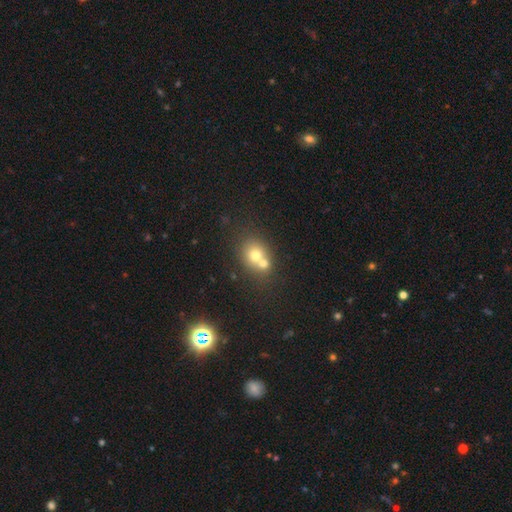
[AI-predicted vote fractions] smooth-or-featured: smooth: 69% | featured or disk: 18% | star or artifact: 13%
  how-rounded: round: 70% | in between: 29% | cigar-shaped: 1%
  merging: merger: 56% | none: 35% | minor disturbance: 6% | major disturbance: 3%